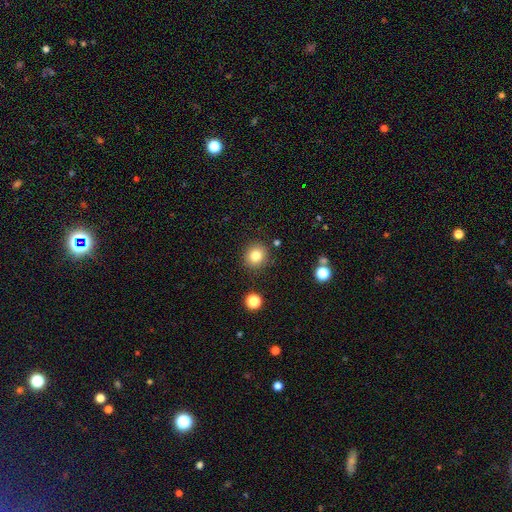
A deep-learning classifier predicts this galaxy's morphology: Smooth or featured? Predicted: smooth (p=0.81). How rounded? Predicted: round (p=0.89). Merging? Predicted: none (p=0.88).